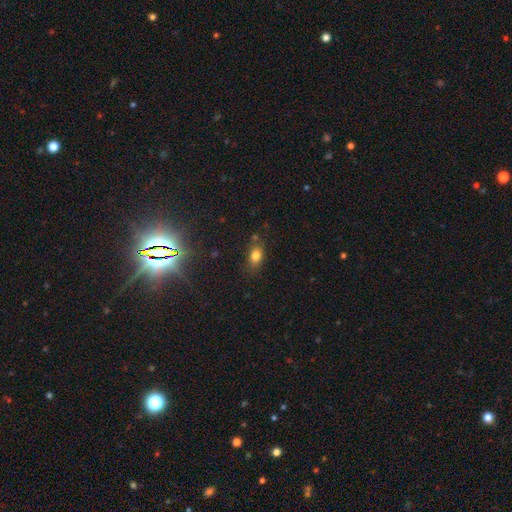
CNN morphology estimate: Smooth or featured?
  - smooth: 78% *
  - star or artifact: 12%
  - featured or disk: 9%
How rounded?
  - in between: 77% *
  - round: 20%
  - cigar-shaped: 4%
Merging?
  - none: 74% *
  - minor disturbance: 17%
  - merger: 5%
  - major disturbance: 4%